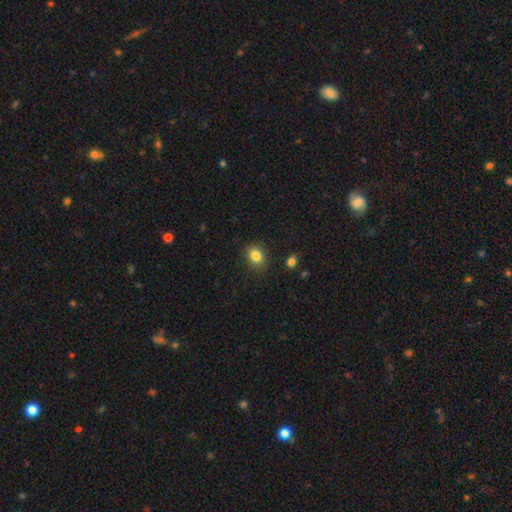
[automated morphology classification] Overall: smooth (85%). How rounded: in between (50%; round 49%). Merging: none (85%).